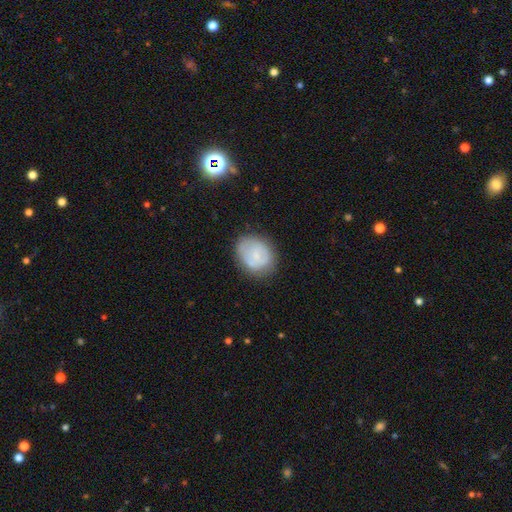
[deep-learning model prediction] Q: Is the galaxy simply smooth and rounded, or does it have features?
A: smooth — 57%.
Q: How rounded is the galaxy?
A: round — 59%.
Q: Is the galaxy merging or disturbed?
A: none — 68%.